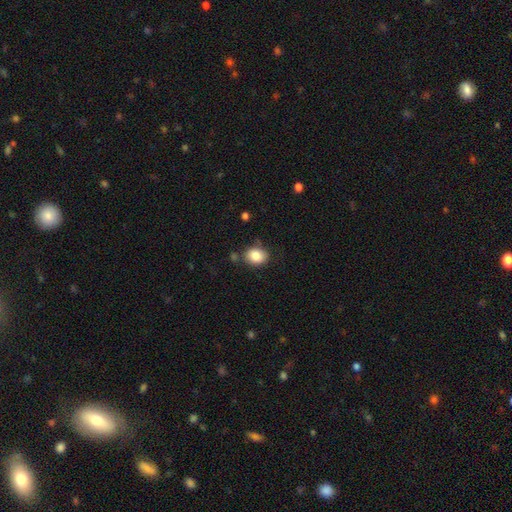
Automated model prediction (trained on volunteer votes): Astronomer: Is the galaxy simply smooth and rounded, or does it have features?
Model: smooth — 85%.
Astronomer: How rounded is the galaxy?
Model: in between — 52% (runner-up: round, 47%).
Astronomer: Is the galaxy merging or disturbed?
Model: none — 72%.